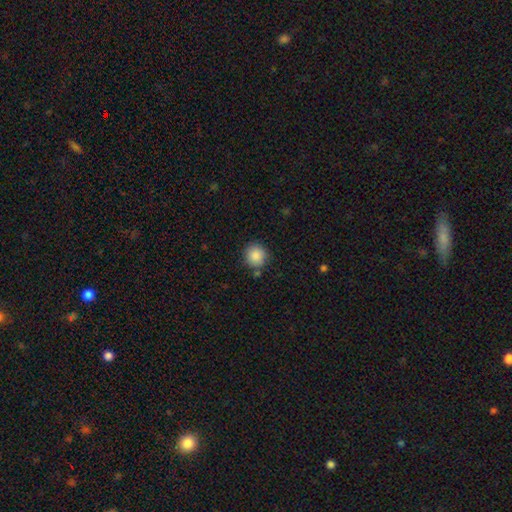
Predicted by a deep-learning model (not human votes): smooth_or_featured: smooth (p=0.87) [alt: star or artifact p=0.09]
how_rounded: round (p=0.91) [alt: in between p=0.09]
merging: none (p=0.83) [alt: minor disturbance p=0.10]